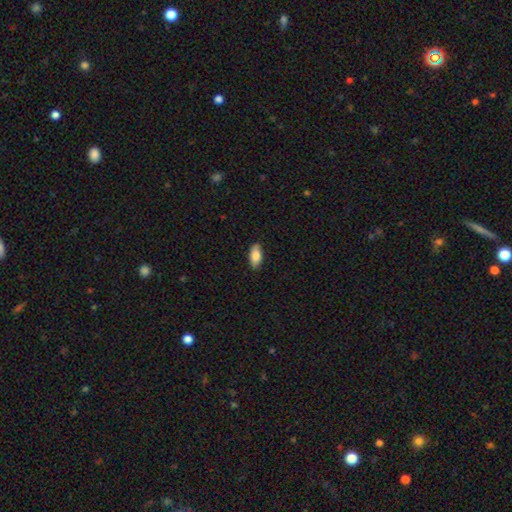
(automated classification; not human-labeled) Smooth or featured: smooth — 86% (featured or disk — 8%)
How rounded: in between — 91% (cigar-shaped — 6%)
Merging: none — 86% (minor disturbance — 11%)